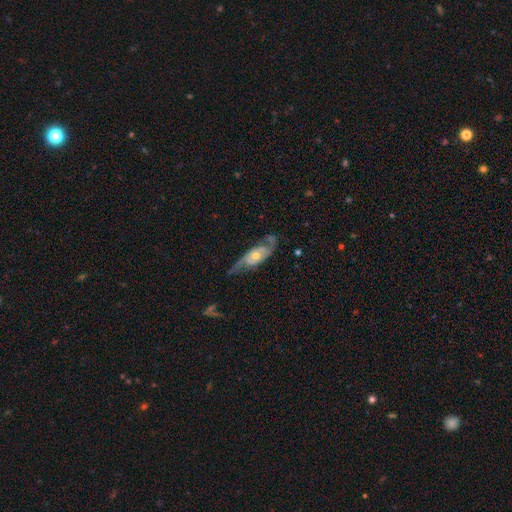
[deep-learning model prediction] A featured or disk galaxy (79%) with no bar (74%), 2 (77%) medium (42%) spiral arms (85%) and a moderate central bulge (66%).

Vote fractions:
- Smooth or featured? featured or disk: 79% / smooth: 16% / star or artifact: 5%
- Edge-on disk? no: 84% / yes: 16%
- Bar? no: 74% / weak: 20% / strong: 5%
- Spiral arms? yes: 85% / no: 15%
- Spiral winding? medium: 42% / tight: 30% / loose: 28%
- Spiral arm count? 2: 77% / can't tell: 13% / 1: 4% / 3: 3% / 4: 1% / more than 4: 1%
- Bulge size? moderate: 66% / small: 26% / large: 6% / none: 1% / dominant: 1%
- Merging? none: 56% / minor disturbance: 25% / major disturbance: 16% / merger: 3%